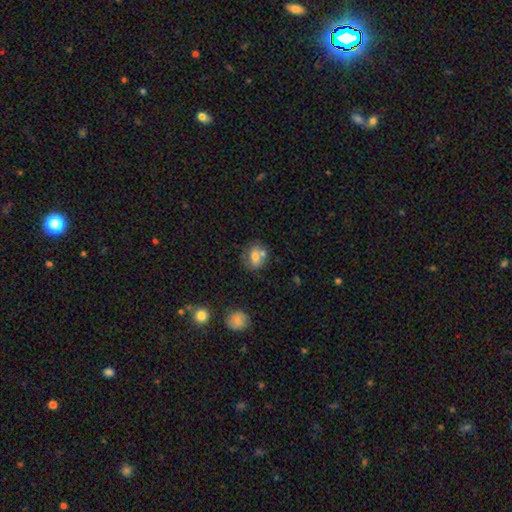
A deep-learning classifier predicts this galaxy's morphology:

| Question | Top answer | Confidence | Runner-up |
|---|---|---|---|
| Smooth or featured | smooth | 70% | featured or disk (20%) |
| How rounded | round | 50% | in between (48%) |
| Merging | none | 53% | merger (26%) |